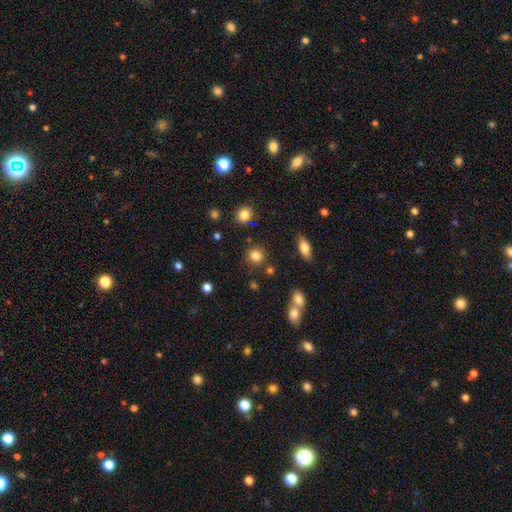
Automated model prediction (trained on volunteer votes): smooth 82%, star or artifact 12%, featured or disk 6%. Down the decision tree: how rounded — round (90%); merging — none (85%).